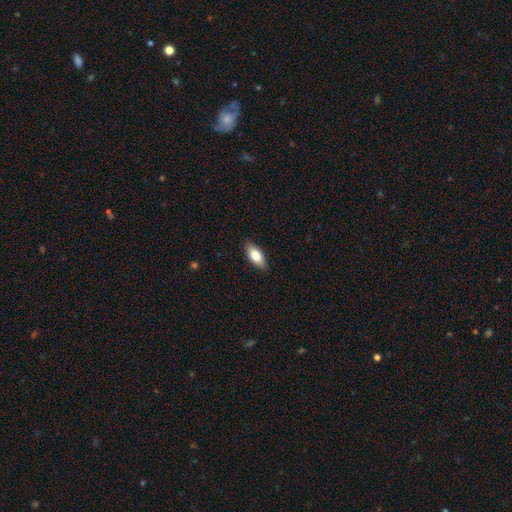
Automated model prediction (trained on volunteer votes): Smooth or featured: smooth — 76% (featured or disk — 18%)
How rounded: in between — 86% (cigar-shaped — 12%)
Merging: none — 87% (minor disturbance — 10%)